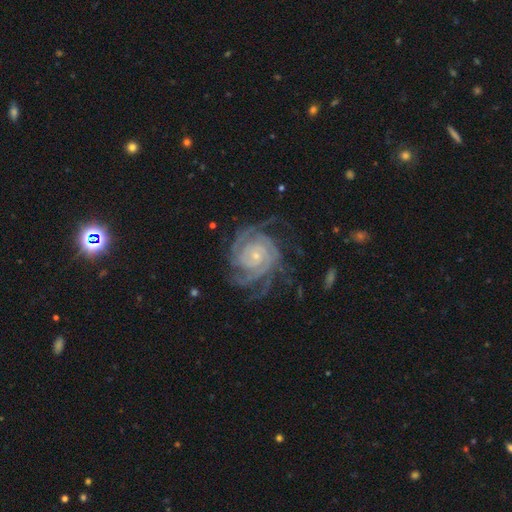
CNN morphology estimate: type=featured or disk (92%); edge-on=no (98%); bar=no (72%); spiral arms=yes (98%); winding=tight (76%); arm count=3 (25%, tied with 4); bulge=small (80%); merging=none (67%).